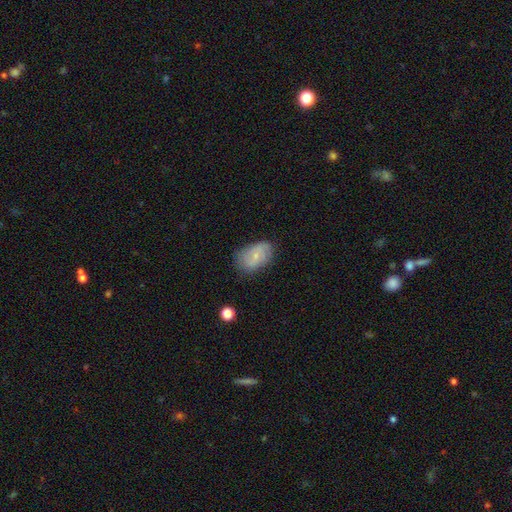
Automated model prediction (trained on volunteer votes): smooth 55%, featured or disk 37%, star or artifact 8%. Down the decision tree: how rounded — in between (87%); merging — none (68%).